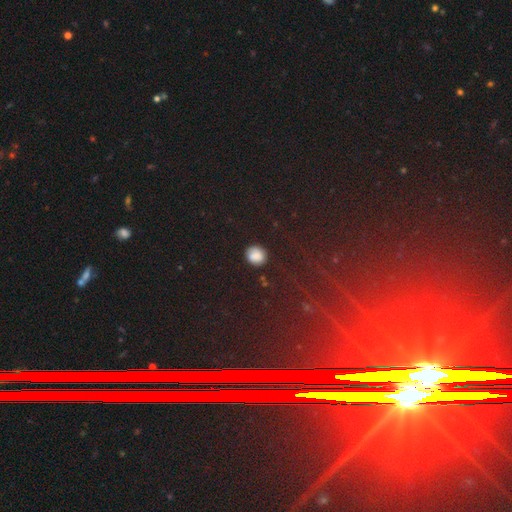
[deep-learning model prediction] The model was most divided on "how rounded": round: 75%, in between: 24%, cigar-shaped: 1%. More confident: smooth or featured — smooth (81%); merging — none (81%).